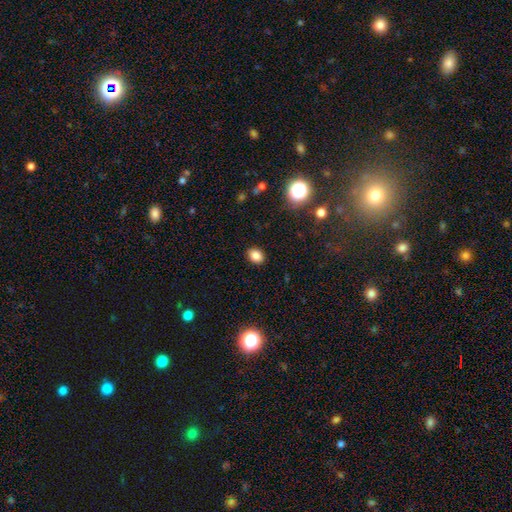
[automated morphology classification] Overall: smooth (83%). How rounded: in between (56%; round 43%). Merging: none (90%).